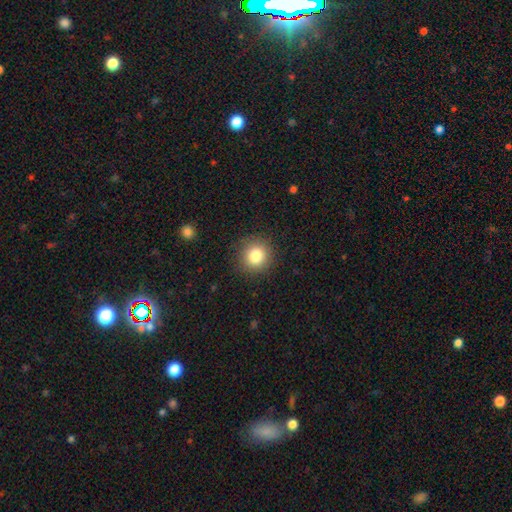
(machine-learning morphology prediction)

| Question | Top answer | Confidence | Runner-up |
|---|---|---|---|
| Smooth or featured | smooth | 82% | star or artifact (11%) |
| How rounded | round | 93% | in between (6%) |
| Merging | none | 90% | minor disturbance (7%) |